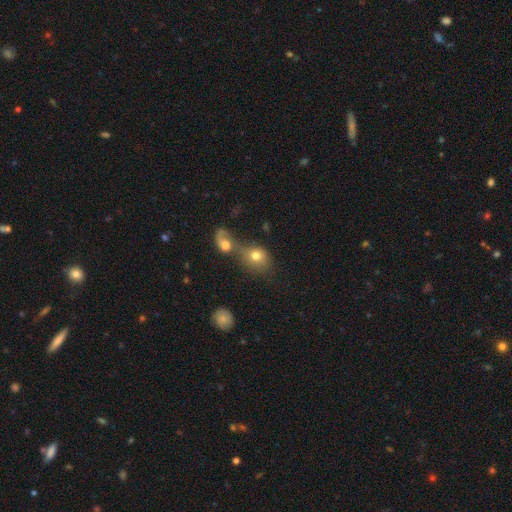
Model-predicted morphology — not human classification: type=smooth (74%); roundness=round (66%); merging=merger (60%).